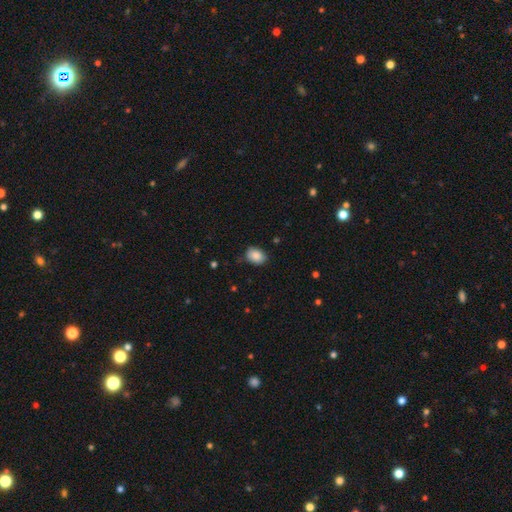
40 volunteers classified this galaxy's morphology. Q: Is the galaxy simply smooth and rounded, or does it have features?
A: smooth — 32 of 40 (80%).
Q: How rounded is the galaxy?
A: in between — 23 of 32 (72%).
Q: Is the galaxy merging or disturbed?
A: none — 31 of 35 (89%).